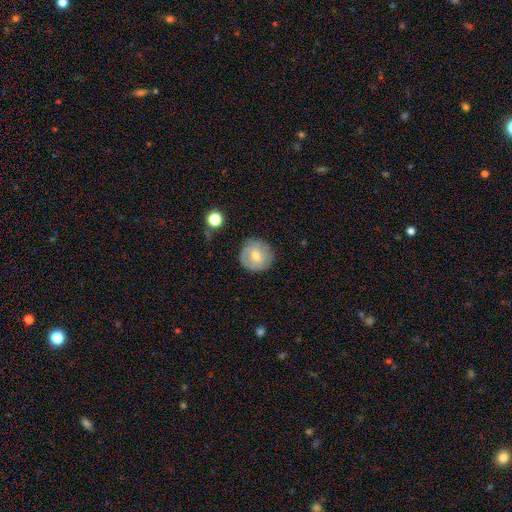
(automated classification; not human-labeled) A smooth galaxy with no disk features (54%) that is round (92%). Merging: none (79%).